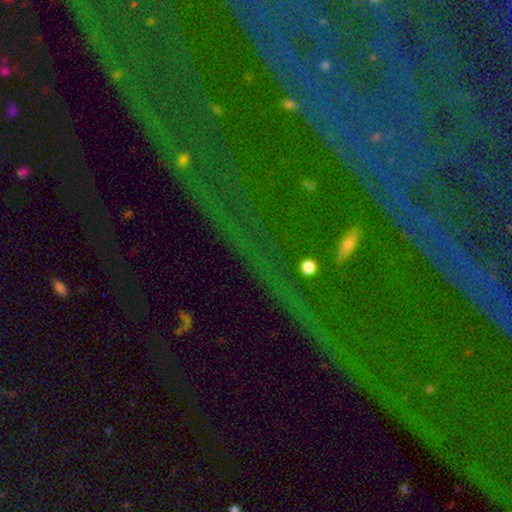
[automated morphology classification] Overall: star or artifact (72%).